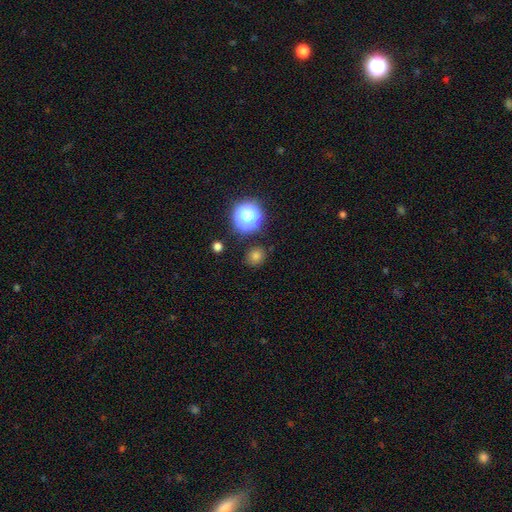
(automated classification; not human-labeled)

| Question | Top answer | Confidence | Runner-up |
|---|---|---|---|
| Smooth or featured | smooth | 74% | star or artifact (21%) |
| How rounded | round | 80% | in between (19%) |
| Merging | none | 86% | minor disturbance (9%) |